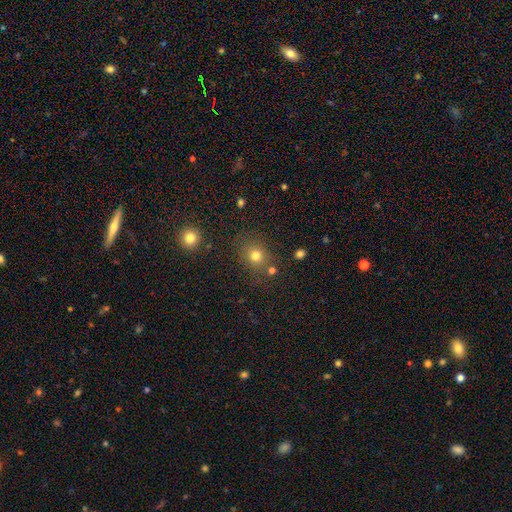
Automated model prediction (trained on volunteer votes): Smooth or featured? Predicted: smooth (p=0.76). How rounded? Predicted: round (p=0.72). Merging? Predicted: none (p=0.76).